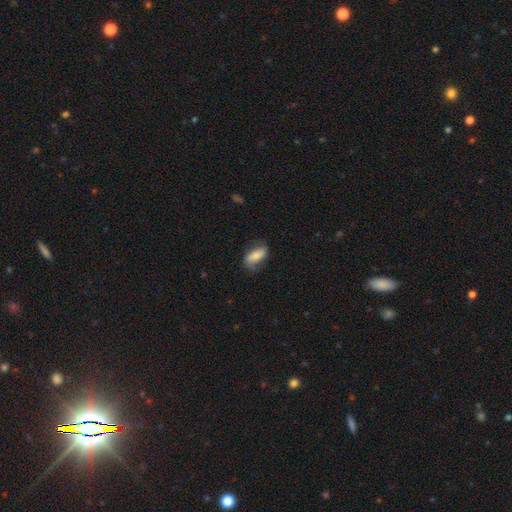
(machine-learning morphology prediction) Q: Smooth or featured?
A: smooth (64%); runner-up: featured or disk (29%)
Q: How rounded?
A: in between (82%); runner-up: cigar-shaped (14%)
Q: Merging?
A: none (68%); runner-up: minor disturbance (23%)